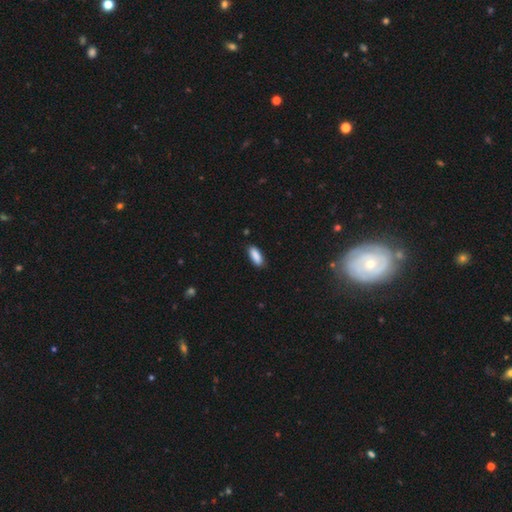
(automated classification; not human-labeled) Smooth or featured? smooth (89%)
How rounded? in between (77%)
Merging? none (87%)